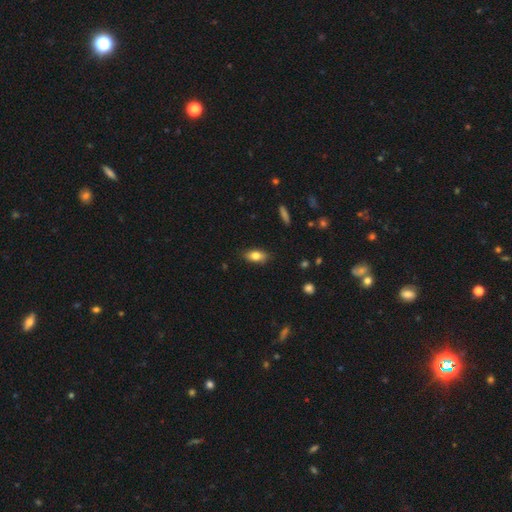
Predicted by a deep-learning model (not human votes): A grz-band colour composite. It shows a smooth galaxy with no disk features (80%) that is in between round and cigar-shaped (87%). Merging: none (84%).